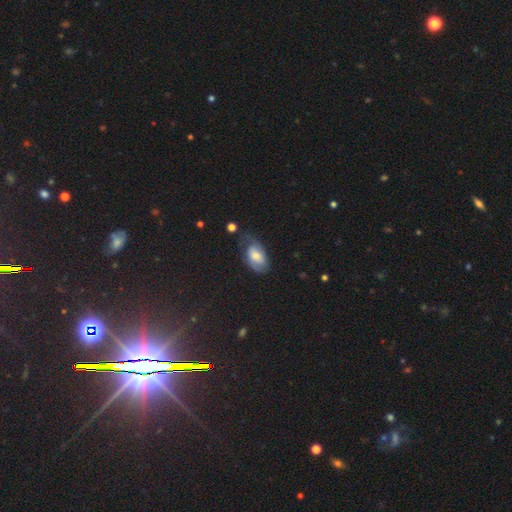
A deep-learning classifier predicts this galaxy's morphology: smooth-or-featured: featured or disk: 47% | smooth: 42% | star or artifact: 11%
  merging: none: 55% | minor disturbance: 28% | major disturbance: 15% | merger: 2%